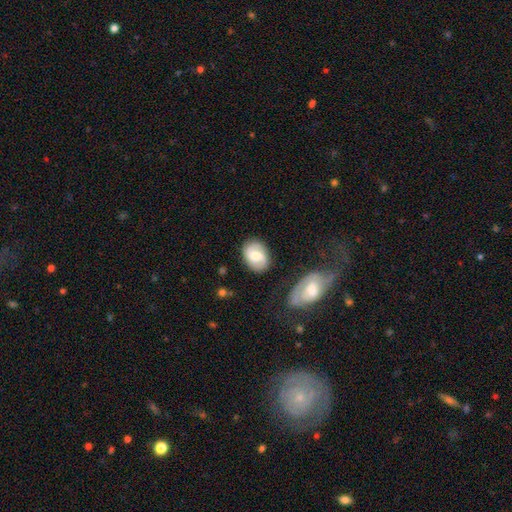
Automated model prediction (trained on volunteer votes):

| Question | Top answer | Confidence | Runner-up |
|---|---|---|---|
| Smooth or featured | featured or disk | 49% | smooth (44%) |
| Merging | none | 76% | minor disturbance (16%) |